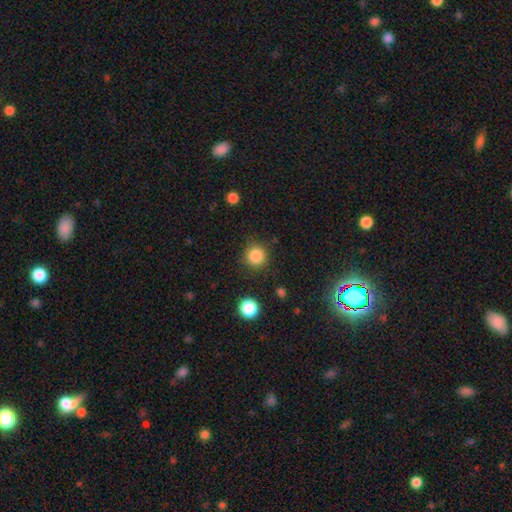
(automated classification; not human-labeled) Smooth or featured? smooth (85%)
How rounded? round (94%)
Merging? none (87%)